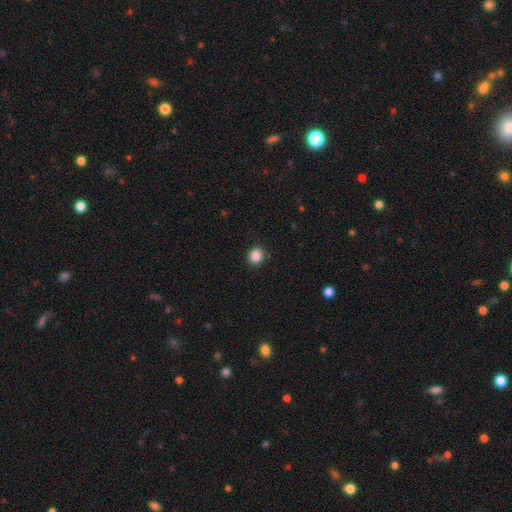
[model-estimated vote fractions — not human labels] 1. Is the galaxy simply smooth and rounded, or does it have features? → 86% smooth, 10% star or artifact, 3% featured or disk.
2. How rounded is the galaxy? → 76% round, 23% in between, 1% cigar-shaped.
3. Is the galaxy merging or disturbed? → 85% none, 11% minor disturbance, 3% major disturbance, 1% merger.